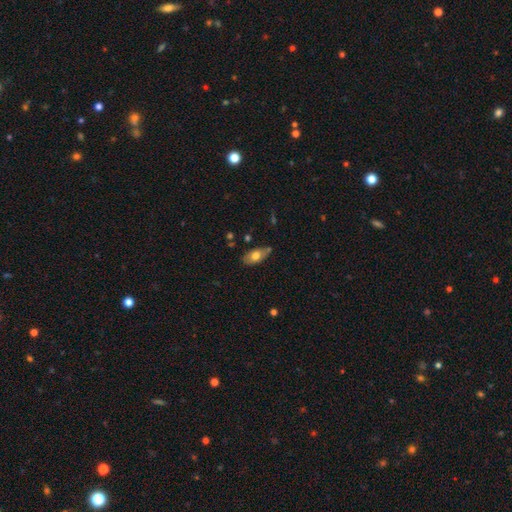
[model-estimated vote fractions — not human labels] Smooth or featured? smooth (67%)
How rounded? in between (90%)
Merging? none (73%)